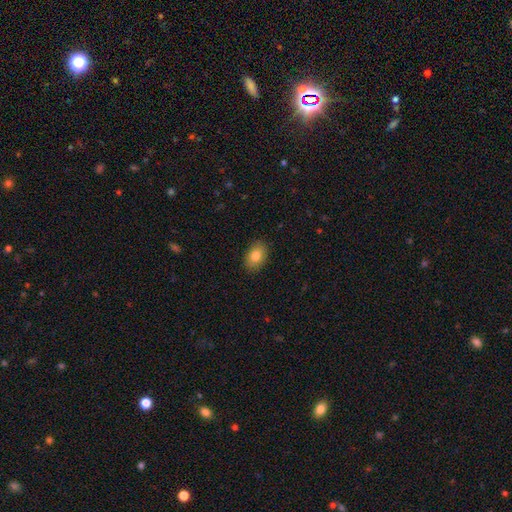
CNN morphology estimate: Overall: smooth (82%). How rounded: in between (84%). Merging: none (88%).